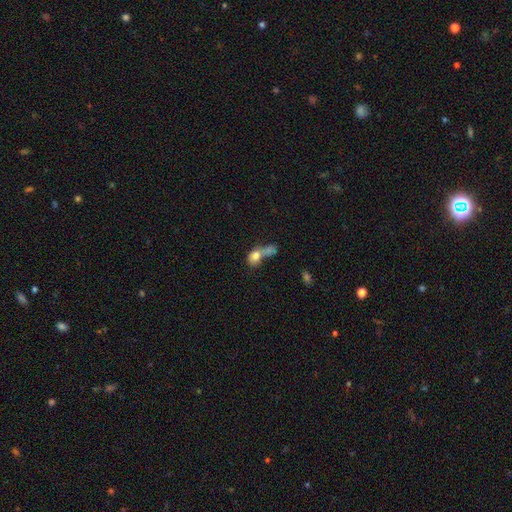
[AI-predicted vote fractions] smooth_or_featured: smooth (p=0.76) [alt: featured or disk p=0.15]
how_rounded: in between (p=0.60) [alt: round p=0.36]
merging: merger (p=0.61) [alt: none p=0.20]